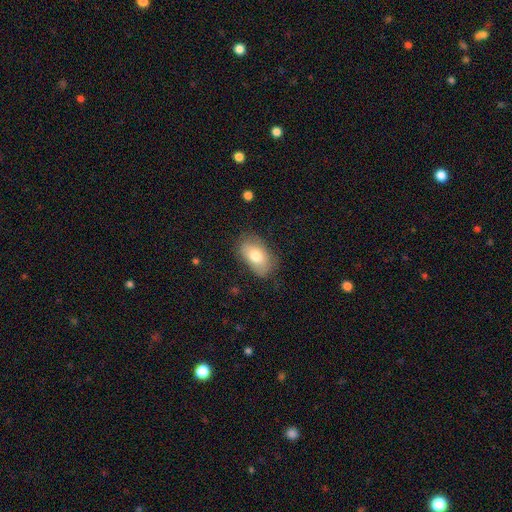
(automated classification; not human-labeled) This is likely a smooth galaxy (75%). How rounded: clearly in between (92%). Merging: likely none (72%).